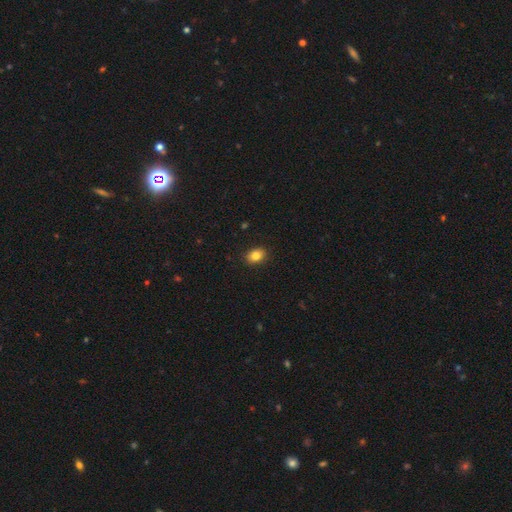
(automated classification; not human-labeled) Smooth or featured? smooth (83%)
How rounded? in between (69%)
Merging? none (90%)